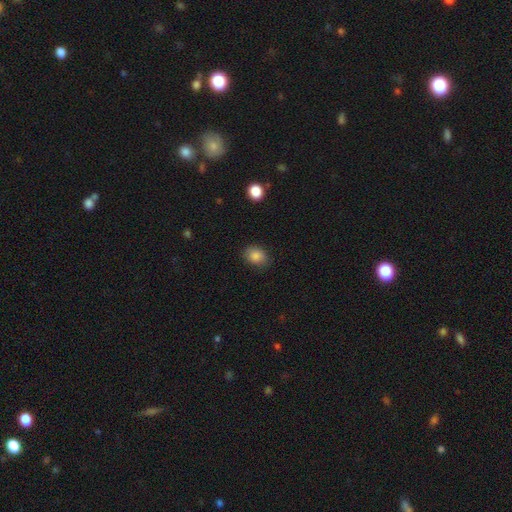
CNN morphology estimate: A smooth galaxy with no disk features (86%) that is in between round and cigar-shaped (63%). Merging: none (82%).